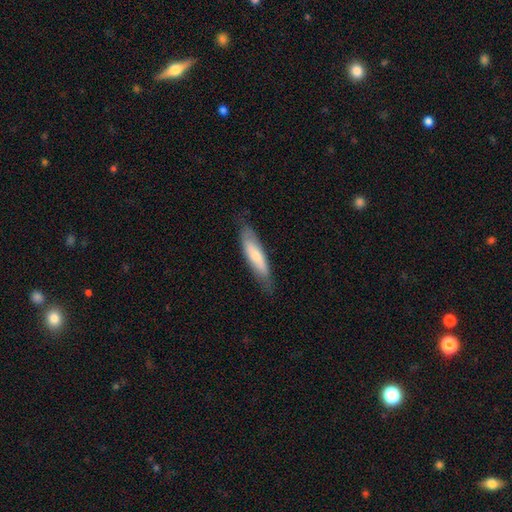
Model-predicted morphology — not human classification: smooth_or_featured: smooth (p=0.64) [alt: featured or disk p=0.30]
how_rounded: cigar-shaped (p=0.70) [alt: in between p=0.29]
merging: none (p=0.75) [alt: minor disturbance p=0.19]